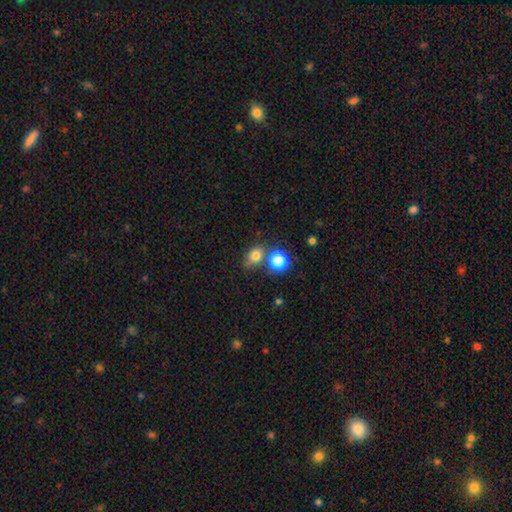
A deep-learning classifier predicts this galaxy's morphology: Smooth or featured? Predicted: smooth (p=0.78). How rounded? Predicted: round (p=0.57). Merging? Predicted: none (p=0.58).